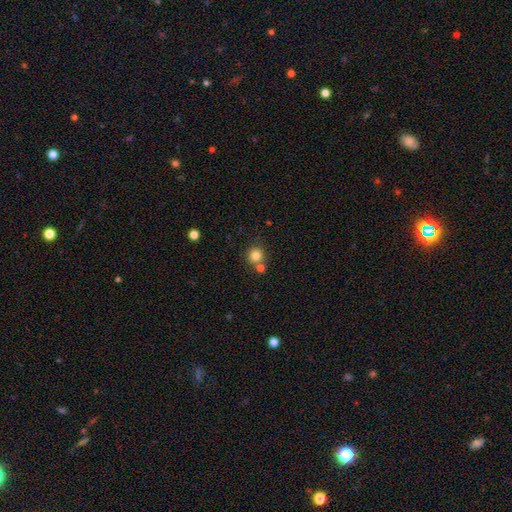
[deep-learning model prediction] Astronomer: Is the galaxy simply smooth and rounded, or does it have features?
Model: smooth — 82%.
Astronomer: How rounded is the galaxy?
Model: round — 92%.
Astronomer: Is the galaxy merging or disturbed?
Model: none — 69%.